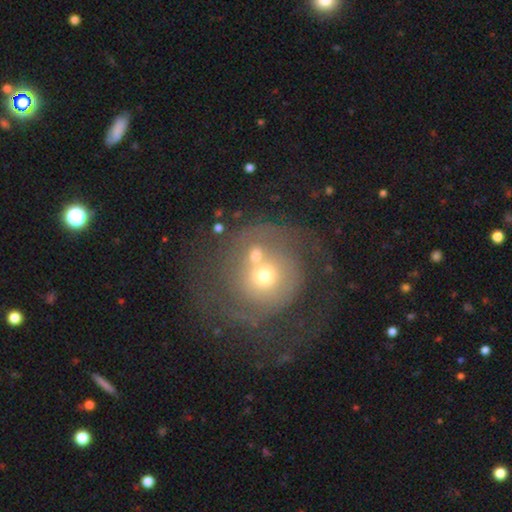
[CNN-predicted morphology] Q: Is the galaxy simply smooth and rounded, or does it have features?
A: smooth — 43%, tied with featured or disk.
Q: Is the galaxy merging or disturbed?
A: none — 40%.